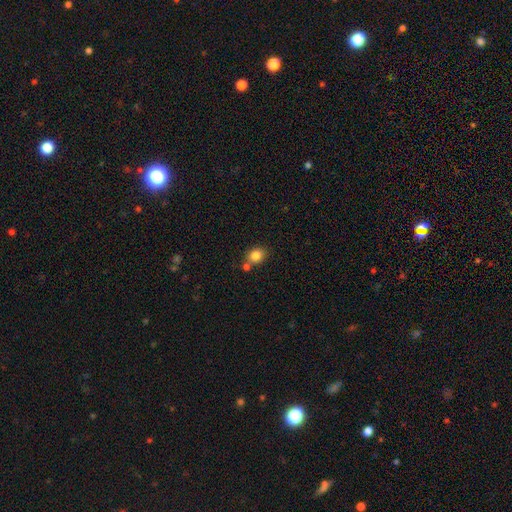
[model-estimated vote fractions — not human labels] This appears to be a smooth galaxy with no disk features (83%) that is round (57%). Merging: none (64%).